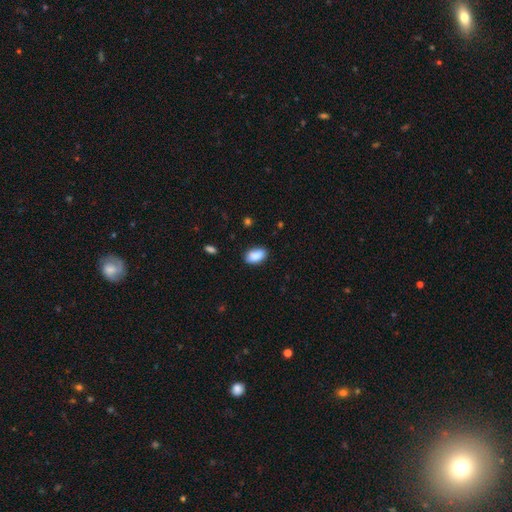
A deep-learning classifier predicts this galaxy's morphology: Smooth or featured: smooth — 90% (star or artifact — 7%)
How rounded: in between — 93% (round — 5%)
Merging: none — 86% (minor disturbance — 11%)